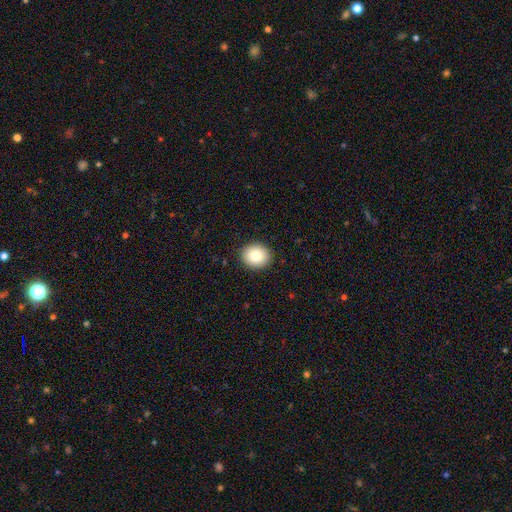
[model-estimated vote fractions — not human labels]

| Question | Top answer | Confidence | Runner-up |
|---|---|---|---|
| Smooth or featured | smooth | 83% | star or artifact (9%) |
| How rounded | round | 75% | in between (24%) |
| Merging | none | 91% | minor disturbance (7%) |